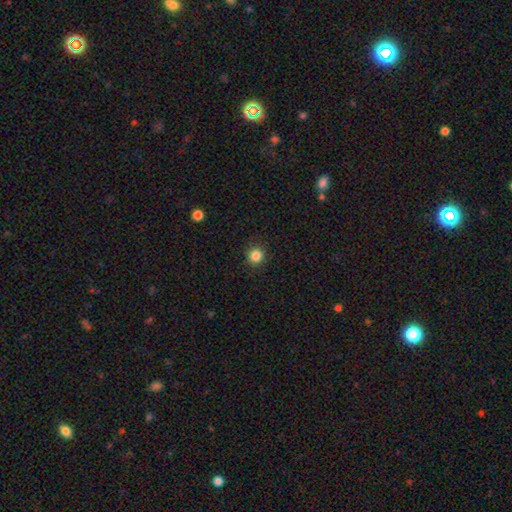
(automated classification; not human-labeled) Morphology: type=smooth (85%); roundness=round (93%); merging=none (91%).